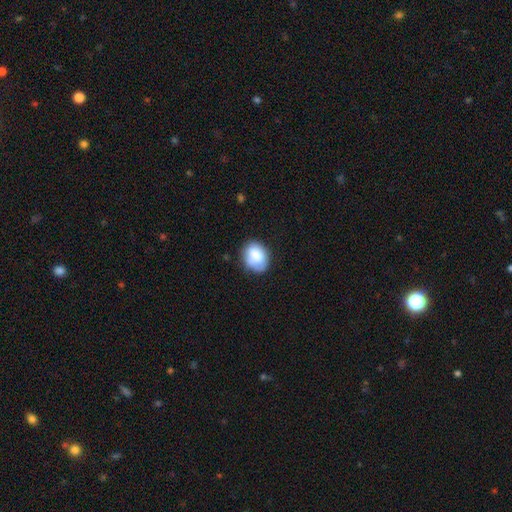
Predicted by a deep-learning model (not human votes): Q: Smooth or featured?
A: smooth (77%); runner-up: featured or disk (16%)
Q: How rounded?
A: in between (56%); runner-up: round (43%)
Q: Merging?
A: none (65%); runner-up: minor disturbance (24%)